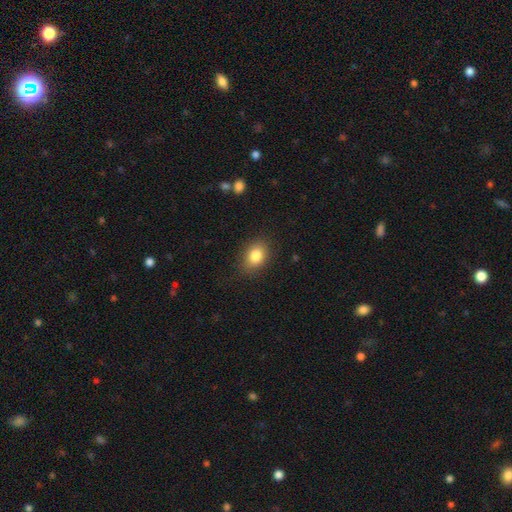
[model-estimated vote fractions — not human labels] smooth-or-featured: smooth: 83% | star or artifact: 9% | featured or disk: 8%
  how-rounded: in between: 70% | round: 29% | cigar-shaped: 1%
  merging: none: 85% | minor disturbance: 11% | major disturbance: 3% | merger: 1%